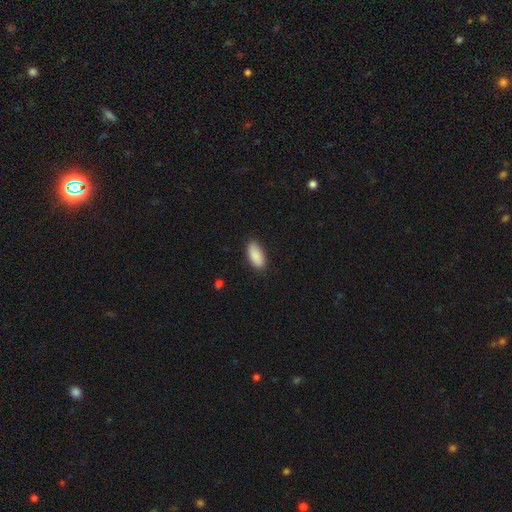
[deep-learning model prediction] This appears to be a smooth galaxy with no disk features (90%) that is in between round and cigar-shaped (89%). Merging: none (86%).